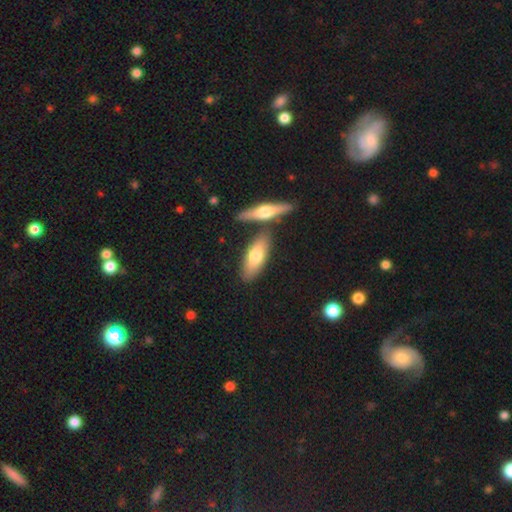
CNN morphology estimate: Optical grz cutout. It shows a smooth galaxy with no disk features (66%) that is in between round and cigar-shaped (65%). Merging: none (73%).